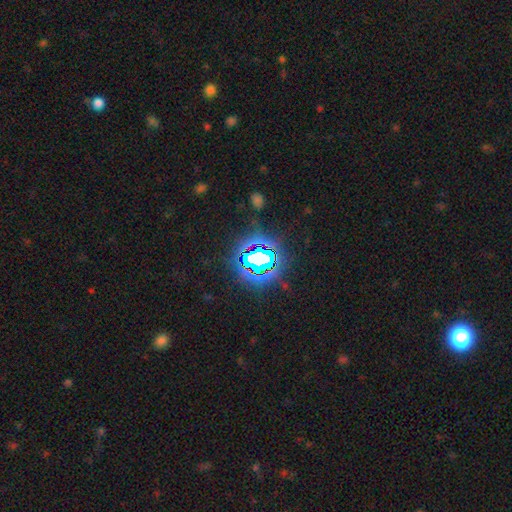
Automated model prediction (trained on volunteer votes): Smooth or featured? Predicted: star or artifact (p=0.75).